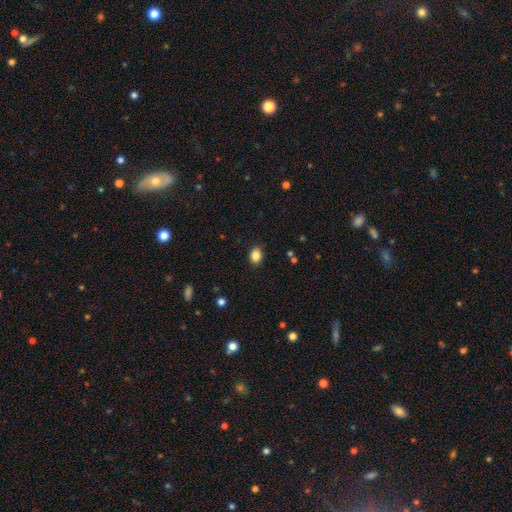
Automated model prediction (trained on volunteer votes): smooth 86%, star or artifact 9%, featured or disk 5%. Down the decision tree: how rounded — in between (62%); merging — none (87%).